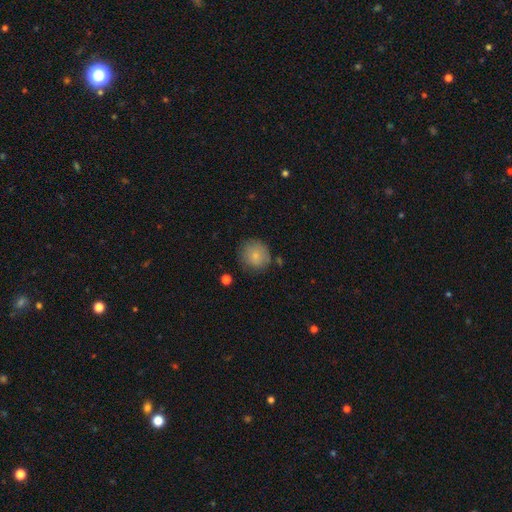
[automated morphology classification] This appears to be a smooth galaxy with no disk features (81%) that is round (91%). Merging: none (76%).